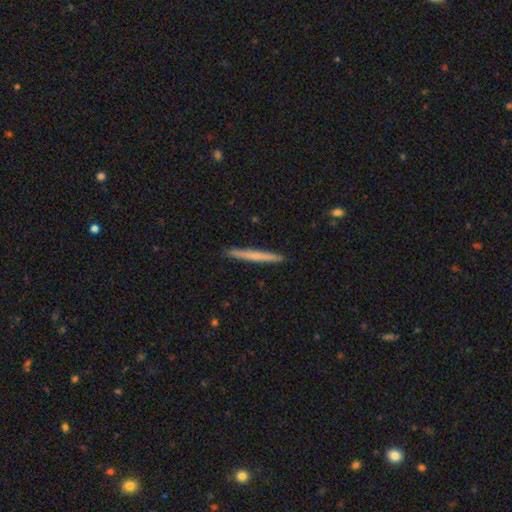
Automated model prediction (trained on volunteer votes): Smooth or featured? Predicted: smooth (p=0.56). How rounded? Predicted: cigar-shaped (p=0.97). Merging? Predicted: none (p=0.92).